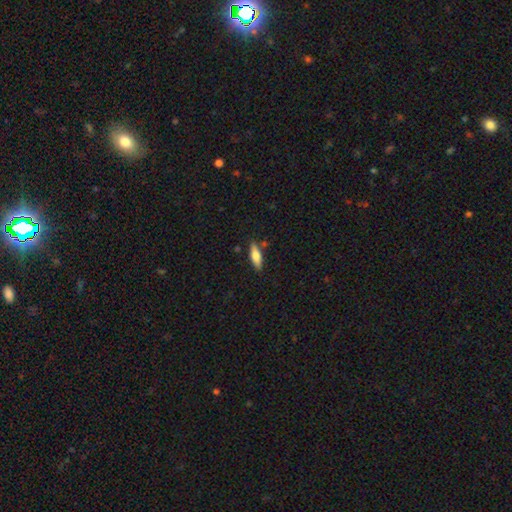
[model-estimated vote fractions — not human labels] Overall: smooth (67%; featured or disk 27%). How rounded: in between (50%; cigar-shaped 48%). Merging: none (83%).